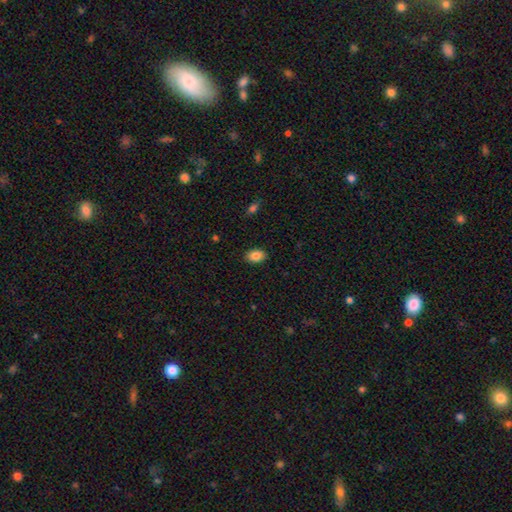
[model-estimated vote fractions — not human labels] Overall: smooth (86%). How rounded: in between (86%). Merging: none (89%).